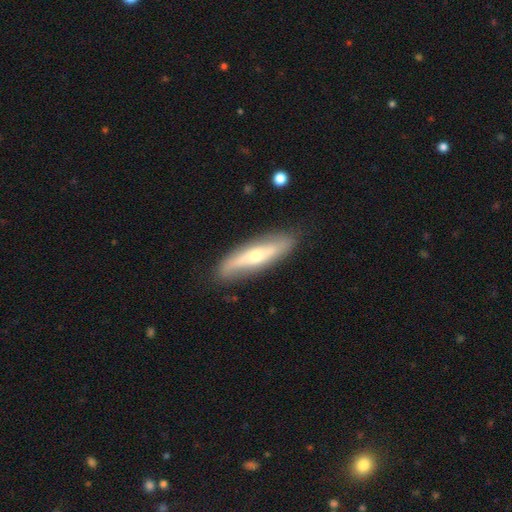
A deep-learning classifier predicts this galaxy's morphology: type=featured or disk (61%); edge-on=no (50%, tied with yes); merging=none (85%).